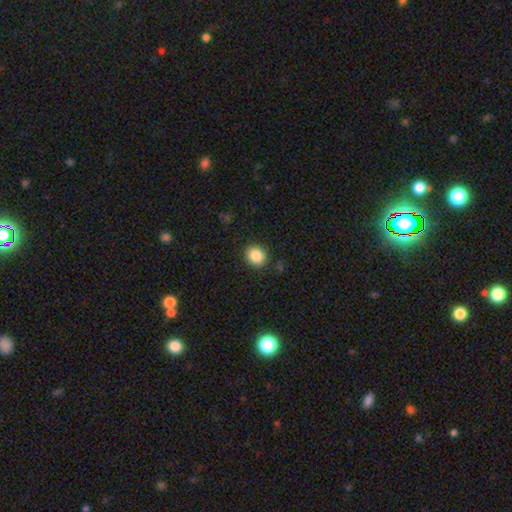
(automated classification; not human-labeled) Smooth or featured? Predicted: smooth (p=0.86). How rounded? Predicted: round (p=0.78). Merging? Predicted: none (p=0.88).